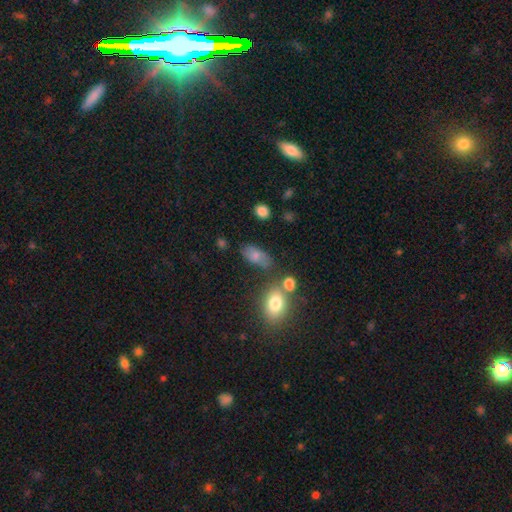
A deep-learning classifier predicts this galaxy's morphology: Smooth or featured? smooth (72%)
How rounded? in between (88%)
Merging? none (55%)